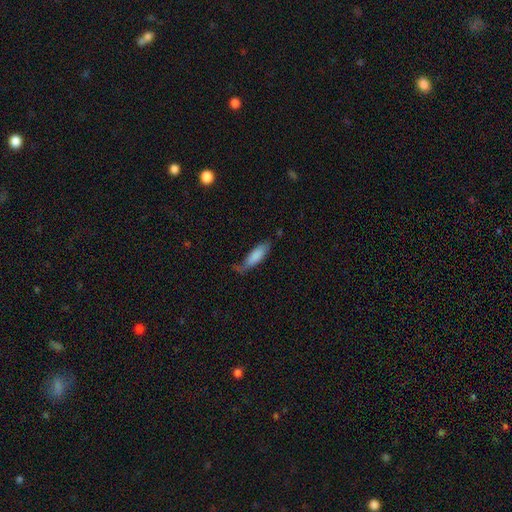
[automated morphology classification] Q: Smooth or featured?
A: smooth (78%); runner-up: featured or disk (16%)
Q: How rounded?
A: in between (55%); runner-up: cigar-shaped (43%)
Q: Merging?
A: none (48%); runner-up: minor disturbance (35%)